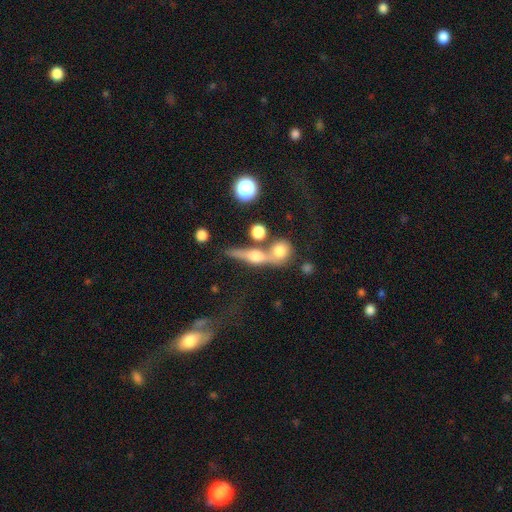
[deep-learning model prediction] Overall: featured or disk (52%; smooth 36%). Edge-on disk: yes (84%). Merging: none (47%; merger 36%).